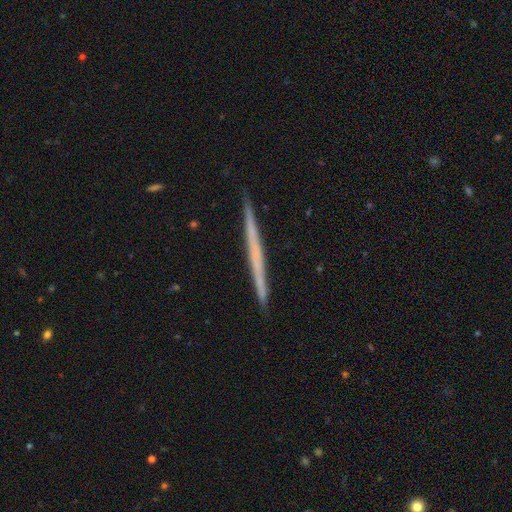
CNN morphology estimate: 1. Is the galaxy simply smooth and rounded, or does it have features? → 53% featured or disk, 41% smooth, 5% star or artifact.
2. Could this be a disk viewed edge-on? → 98% yes, 2% no.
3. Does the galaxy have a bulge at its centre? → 93% none, 5% rounded, 2% boxy.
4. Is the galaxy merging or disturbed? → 92% none, 6% minor disturbance, 1% major disturbance, 1% merger.